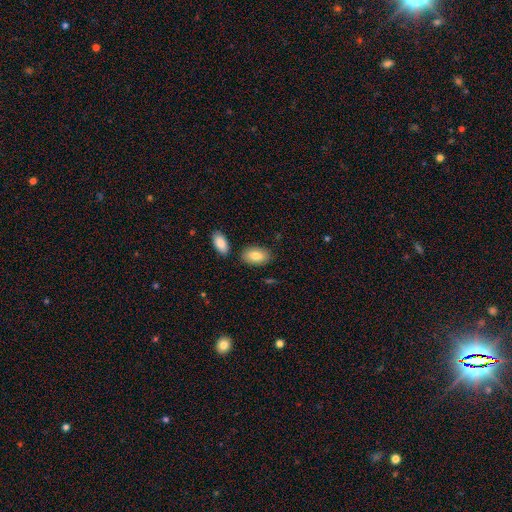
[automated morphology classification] Smooth or featured? smooth (83%)
How rounded? in between (94%)
Merging? none (79%)